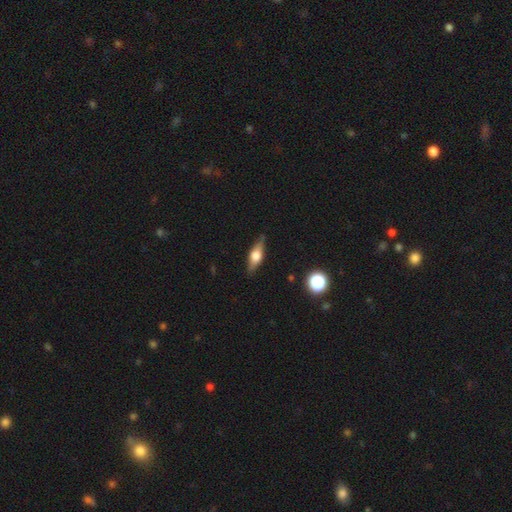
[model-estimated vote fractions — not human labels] Smooth or featured?
  - featured or disk: 57% *
  - smooth: 35%
  - star or artifact: 7%
Edge-on disk?
  - yes: 92% *
  - no: 8%
Edge-on bulge?
  - rounded: 91% *
  - boxy: 7%
  - none: 2%
Merging?
  - none: 84% *
  - minor disturbance: 12%
  - major disturbance: 2%
  - merger: 1%